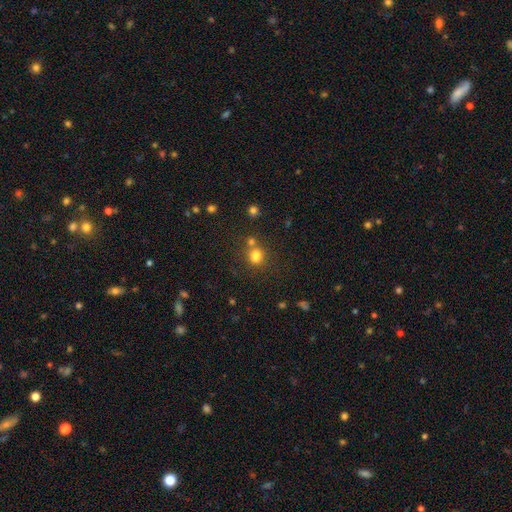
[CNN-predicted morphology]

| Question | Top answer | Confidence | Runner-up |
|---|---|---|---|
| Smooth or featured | smooth | 78% | star or artifact (15%) |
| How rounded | round | 66% | in between (33%) |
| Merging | none | 58% | merger (27%) |